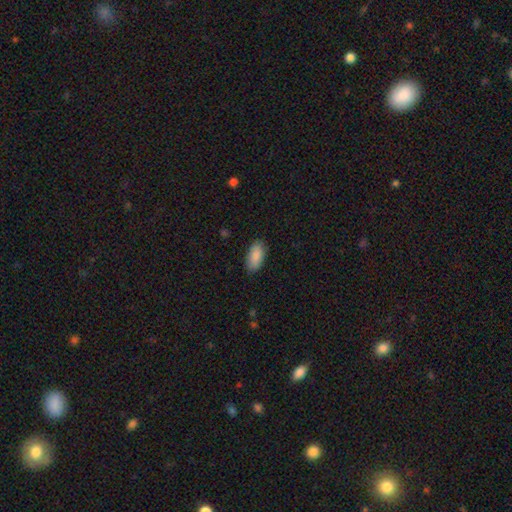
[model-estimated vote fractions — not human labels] A smooth galaxy with no disk features (90%) that is in between round and cigar-shaped (91%). Merging: none (86%).